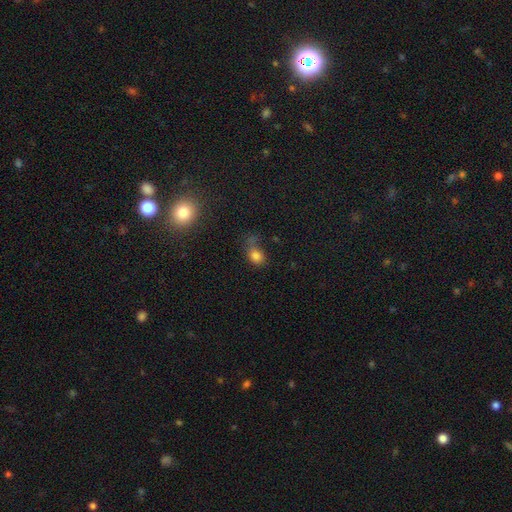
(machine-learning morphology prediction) Overall: smooth (77%). How rounded: in between (57%; round 41%). Merging: none (37%; major disturbance 26%).